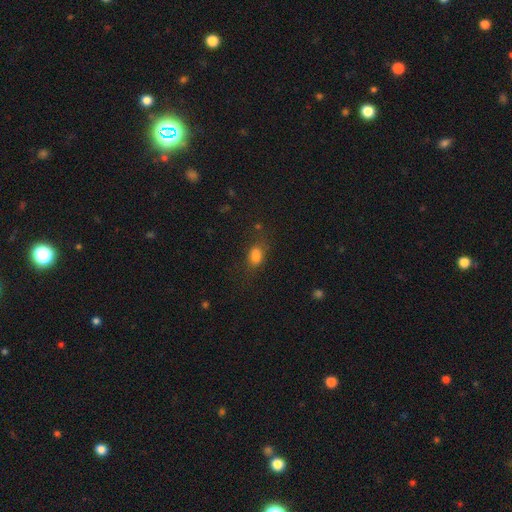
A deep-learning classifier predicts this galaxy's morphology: type=smooth (80%); roundness=in between (80%); merging=none (64%).